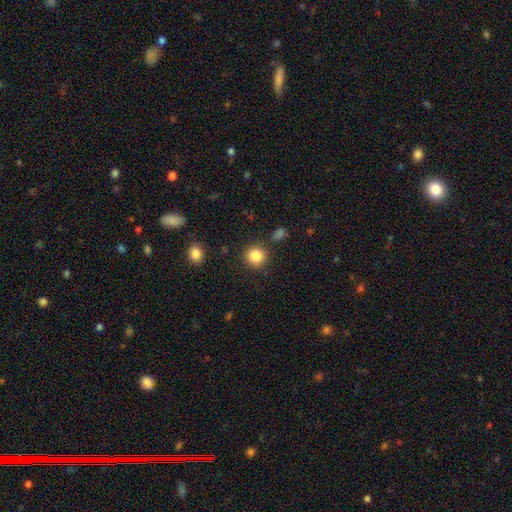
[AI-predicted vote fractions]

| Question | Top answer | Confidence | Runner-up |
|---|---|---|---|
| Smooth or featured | smooth | 85% | star or artifact (10%) |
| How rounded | round | 91% | in between (8%) |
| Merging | none | 87% | minor disturbance (7%) |